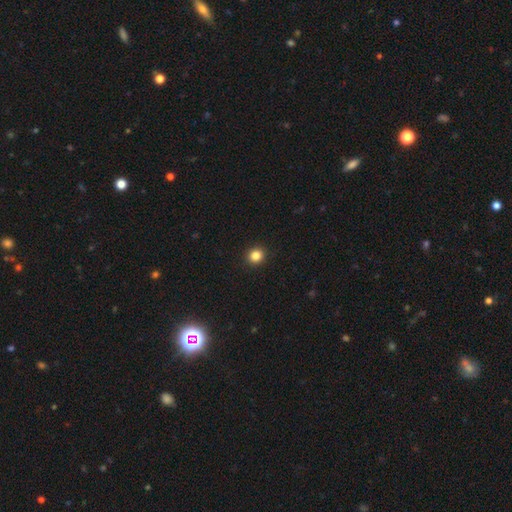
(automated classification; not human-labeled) Q: Smooth or featured?
A: smooth (85%); runner-up: star or artifact (11%)
Q: How rounded?
A: round (89%); runner-up: in between (10%)
Q: Merging?
A: none (93%); runner-up: minor disturbance (4%)